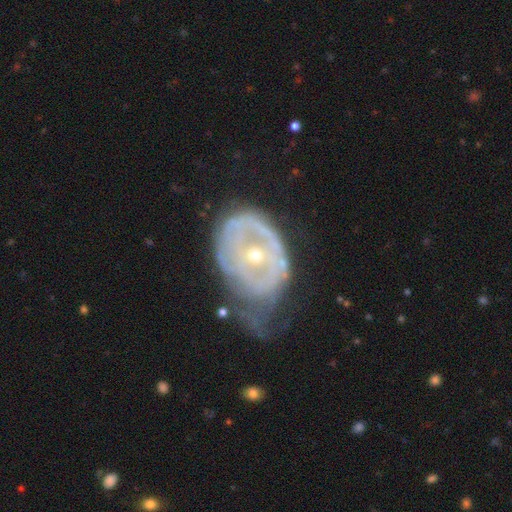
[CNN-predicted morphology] Smooth or featured? featured or disk (75%)
Edge-on disk? no (95%)
Bar? no (67%)
Spiral arms? yes (53%)
Bulge size? small (62%)
Merging? major disturbance (41%)